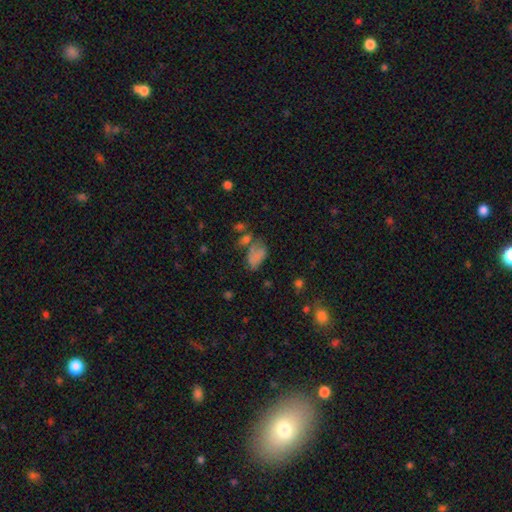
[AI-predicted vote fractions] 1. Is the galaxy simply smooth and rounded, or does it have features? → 68% smooth, 16% featured or disk, 15% star or artifact.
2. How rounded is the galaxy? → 88% in between, 10% round, 2% cigar-shaped.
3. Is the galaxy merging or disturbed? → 34% none, 23% minor disturbance, 22% merger, 21% major disturbance.